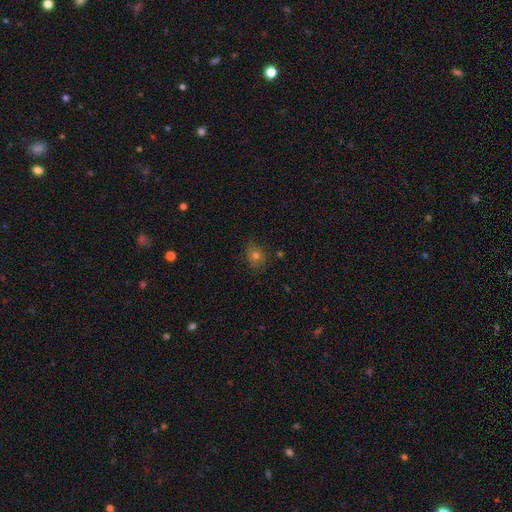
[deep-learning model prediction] Morphology: type=smooth (66%); roundness=round (67%); merging=none (75%).